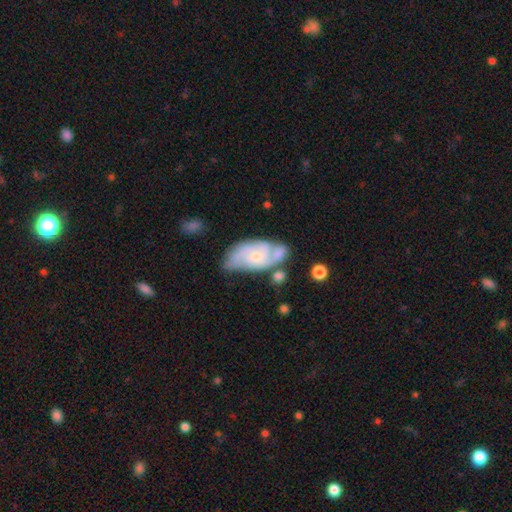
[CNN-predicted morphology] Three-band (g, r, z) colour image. It shows a featured or disk galaxy (73%) with no bar (69%), 2 (55%) medium (45%) spiral arms (91%) and a small central bulge (67%). Merging: none (44%).